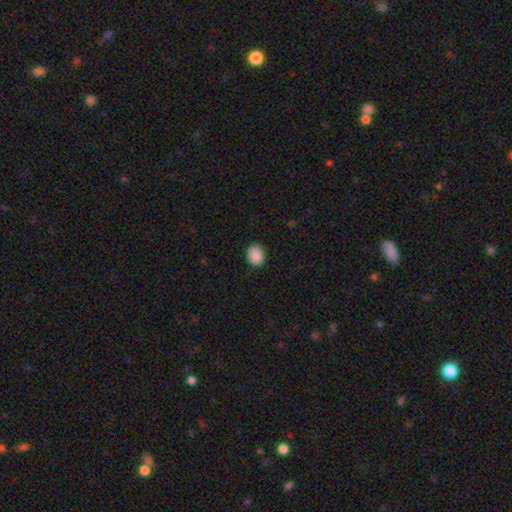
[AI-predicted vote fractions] Q: Smooth or featured?
A: smooth (89%); runner-up: star or artifact (8%)
Q: How rounded?
A: in between (51%); runner-up: round (48%)
Q: Merging?
A: none (83%); runner-up: minor disturbance (13%)